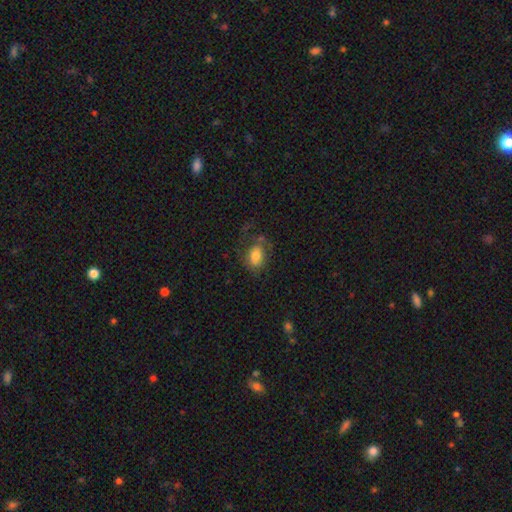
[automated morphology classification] A smooth galaxy with no disk features (71%) that is in between round and cigar-shaped (76%). Merging: none (50%).